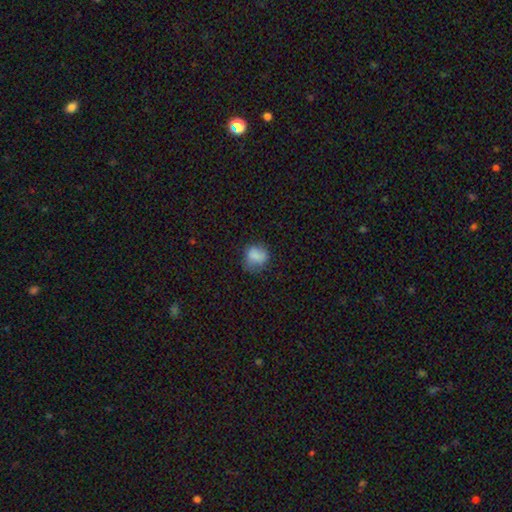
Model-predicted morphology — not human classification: A smooth galaxy with no disk features (81%) that is round (64%).

Vote fractions:
- Smooth or featured? smooth: 81% / star or artifact: 10% / featured or disk: 9%
- How rounded? round: 64% / in between: 35% / cigar-shaped: 1%
- Merging? none: 58% / minor disturbance: 29% / major disturbance: 12% / merger: 2%